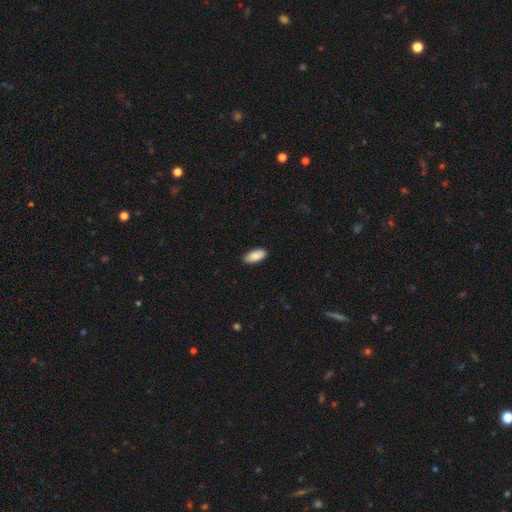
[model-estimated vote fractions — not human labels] A smooth galaxy with no disk features (89%) that is in between round and cigar-shaped (89%). Merging: none (87%).